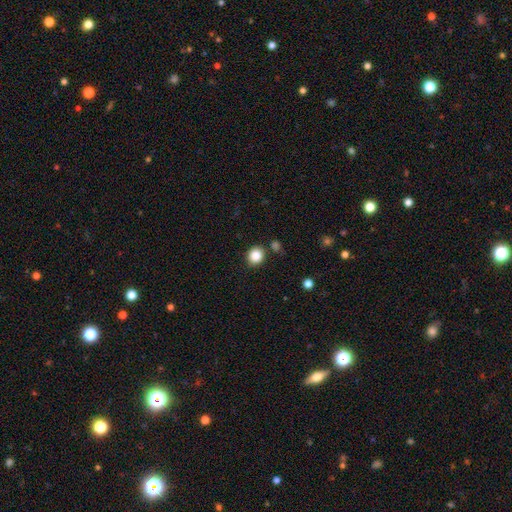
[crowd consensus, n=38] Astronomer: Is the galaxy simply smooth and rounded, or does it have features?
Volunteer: smooth — 82%.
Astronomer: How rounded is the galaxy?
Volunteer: round — 90%.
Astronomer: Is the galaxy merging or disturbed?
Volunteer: none — 80%.